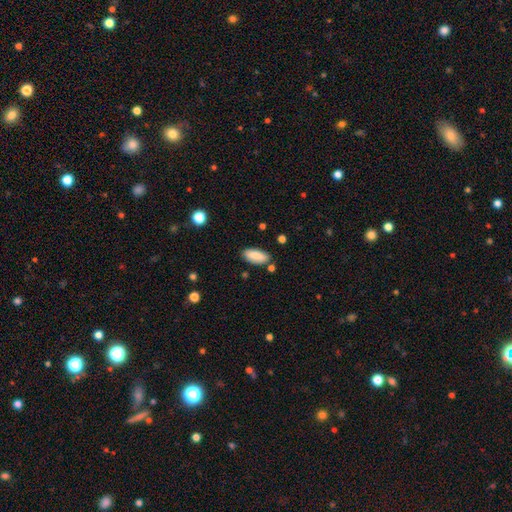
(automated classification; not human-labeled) Smooth or featured: smooth — 84% (featured or disk — 9%)
How rounded: in between — 83% (cigar-shaped — 15%)
Merging: none — 83% (minor disturbance — 11%)